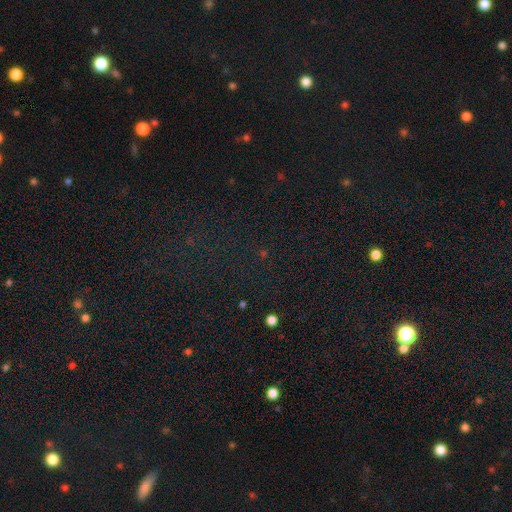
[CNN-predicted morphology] smooth-or-featured: star or artifact: 68% | smooth: 22% | featured or disk: 10%